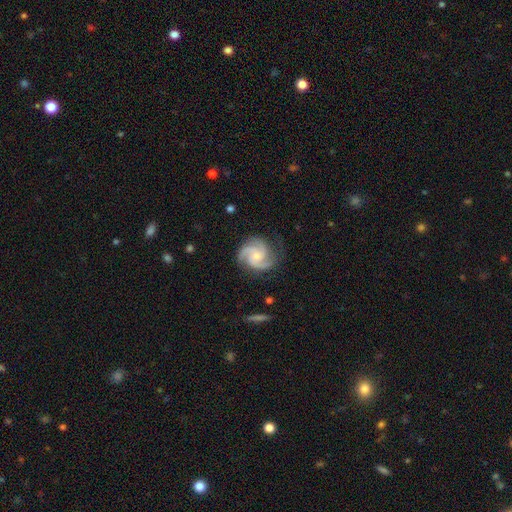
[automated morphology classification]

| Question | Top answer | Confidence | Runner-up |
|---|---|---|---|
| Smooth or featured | featured or disk | 91% | smooth (5%) |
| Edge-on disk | no | 99% | yes (1%) |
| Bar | no | 69% | weak (26%) |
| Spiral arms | yes | 99% | no (1%) |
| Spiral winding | medium | 51% | tight (42%) |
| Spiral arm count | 3 | 81% | 4 (6%) |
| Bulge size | small | 53% | moderate (33%) |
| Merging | none | 81% | minor disturbance (13%) |